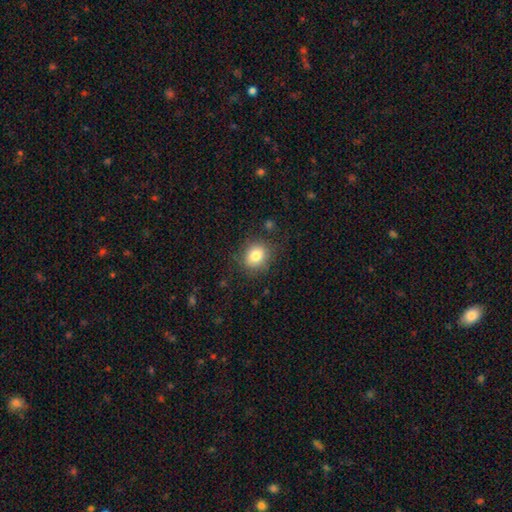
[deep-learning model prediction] The model was most divided on "how rounded": round: 66%, in between: 33%, cigar-shaped: 1%. More confident: smooth or featured — smooth (81%); merging — none (80%).